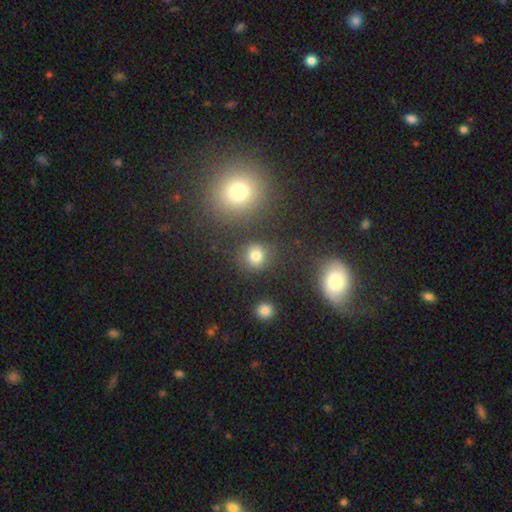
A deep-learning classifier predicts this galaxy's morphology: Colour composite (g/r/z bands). It shows a smooth galaxy with no disk features (78%) that is round (81%). Merging: none (77%).